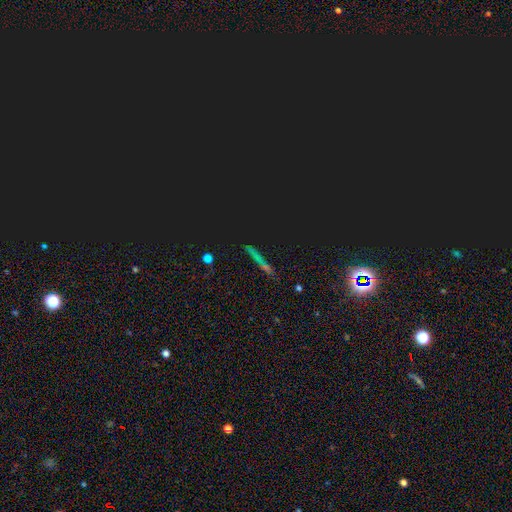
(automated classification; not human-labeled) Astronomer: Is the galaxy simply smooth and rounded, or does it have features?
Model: star or artifact — 63%.